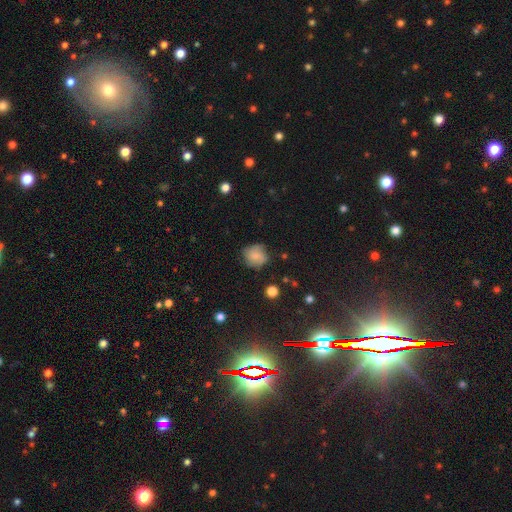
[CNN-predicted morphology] This appears to be a smooth galaxy with no disk features (69%) that is round (79%). Merging: none (65%).